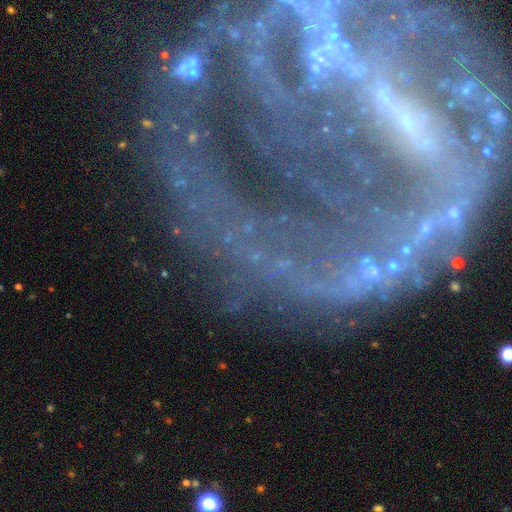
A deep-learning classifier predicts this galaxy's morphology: A featured or disk galaxy (75%) with a strong bar (50%), 2 (34%) tight (44%) spiral arms (77%) and a small central bulge (45%).

Vote fractions:
- Smooth or featured? featured or disk: 75% / star or artifact: 16% / smooth: 9%
- Edge-on disk? no: 93% / yes: 7%
- Bar? strong: 50% / weak: 27% / no: 24%
- Spiral arms? yes: 77% / no: 23%
- Spiral winding? tight: 44% / medium: 35% / loose: 21%
- Spiral arm count? 2: 34% / can't tell: 26% / 3: 12% / 1: 10% / 4: 9% / more than 4: 9%
- Bulge size? small: 45% / moderate: 26% / none: 19% / large: 7% / dominant: 3%
- Merging? none: 58% / major disturbance: 21% / minor disturbance: 16% / merger: 6%